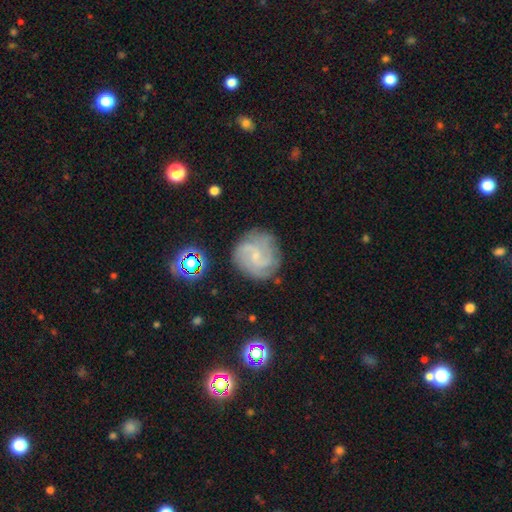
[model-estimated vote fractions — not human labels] Overall: featured or disk (80%). Edge-on disk: no (98%). Bar: no (50%; weak 42%). Spiral arms: yes (96%). Spiral arm count: 2 (31%; 3 29%). Spiral winding: medium (45%; tight 42%). Bulge size: small (75%). Merging: none (78%).